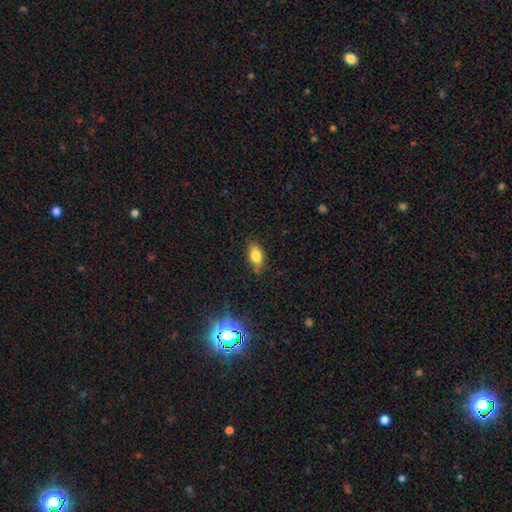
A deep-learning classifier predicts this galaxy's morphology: A smooth galaxy with no disk features (81%) that is in between round and cigar-shaped (87%).

Vote fractions:
- Smooth or featured? smooth: 81% / star or artifact: 10% / featured or disk: 9%
- How rounded? in between: 87% / round: 8% / cigar-shaped: 5%
- Merging? none: 81% / minor disturbance: 14% / major disturbance: 3% / merger: 2%